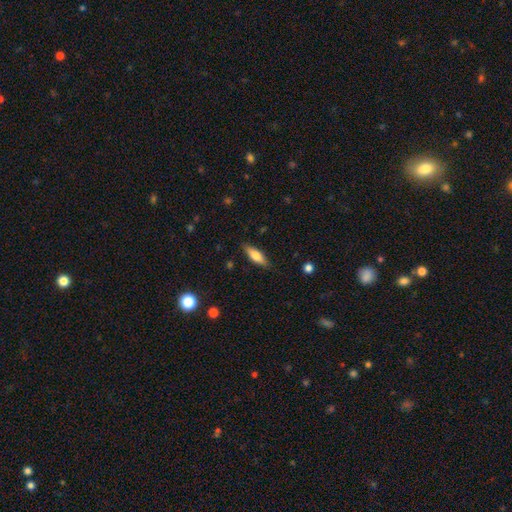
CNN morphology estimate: This is likely a smooth galaxy (68%). How rounded: possibly in between (52%). Merging: clearly none (84%).